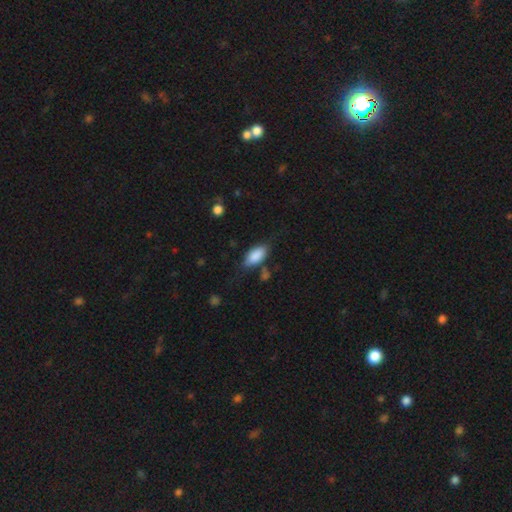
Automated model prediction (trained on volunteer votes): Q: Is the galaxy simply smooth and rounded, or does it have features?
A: smooth — 85%.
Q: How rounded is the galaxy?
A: in between — 89%.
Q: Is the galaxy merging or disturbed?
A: none — 65%.